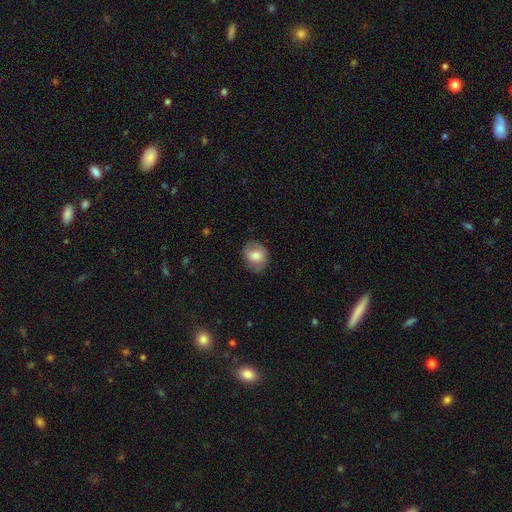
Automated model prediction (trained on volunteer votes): Smooth or featured? Predicted: smooth (p=0.63). How rounded? Predicted: round (p=0.58). Merging? Predicted: none (p=0.74).